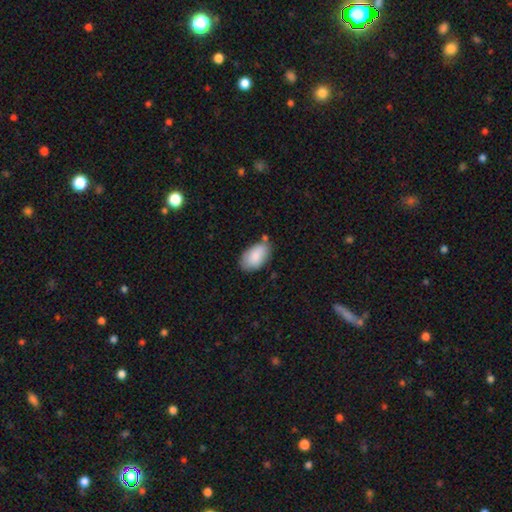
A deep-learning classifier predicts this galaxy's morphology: Smooth or featured? smooth (87%)
How rounded? in between (94%)
Merging? none (66%)